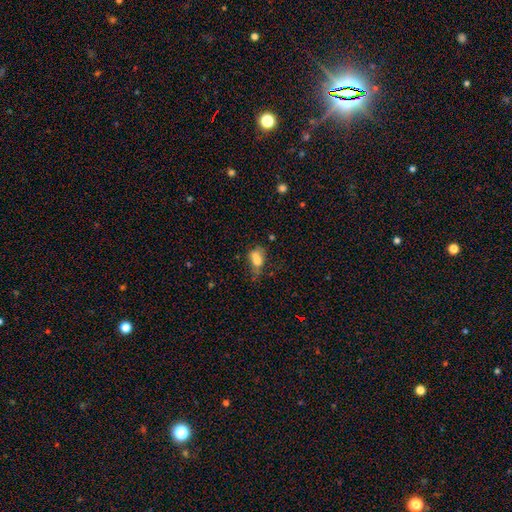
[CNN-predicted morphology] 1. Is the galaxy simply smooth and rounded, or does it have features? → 66% smooth, 21% featured or disk, 13% star or artifact.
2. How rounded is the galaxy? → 79% in between, 13% round, 8% cigar-shaped.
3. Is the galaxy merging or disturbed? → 33% none, 31% minor disturbance, 31% major disturbance, 5% merger.